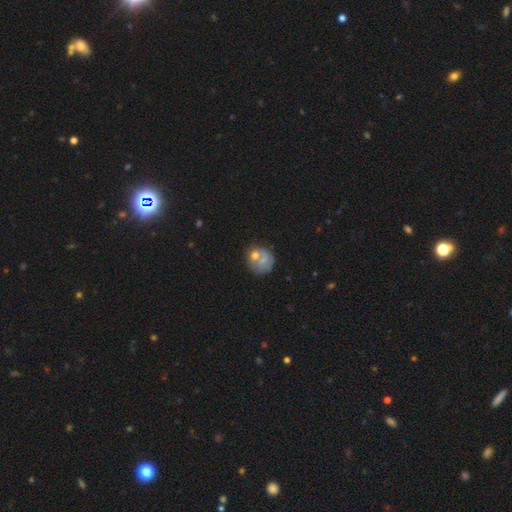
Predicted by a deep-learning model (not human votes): Smooth or featured? smooth (54%)
How rounded? round (81%)
Merging? none (48%)